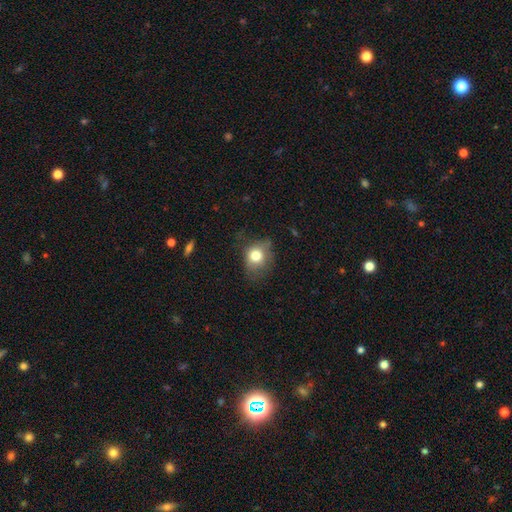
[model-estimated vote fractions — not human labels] The model was most divided on "how rounded": round: 56%, in between: 43%, cigar-shaped: 1%. More confident: smooth or featured — smooth (76%); merging — none (55%).